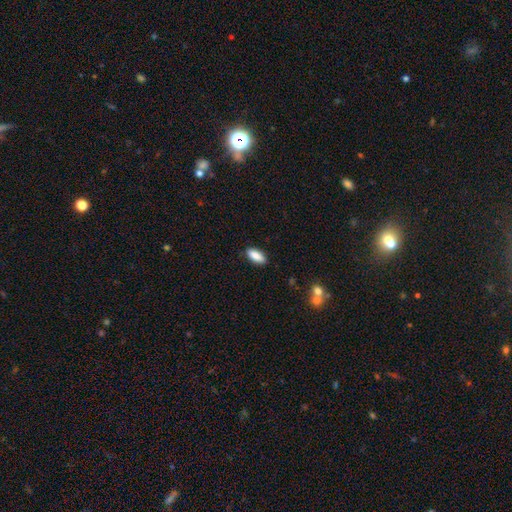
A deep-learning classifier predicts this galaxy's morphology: This appears to be a smooth galaxy with no disk features (87%) that is in between round and cigar-shaped (80%). Merging: none (87%).